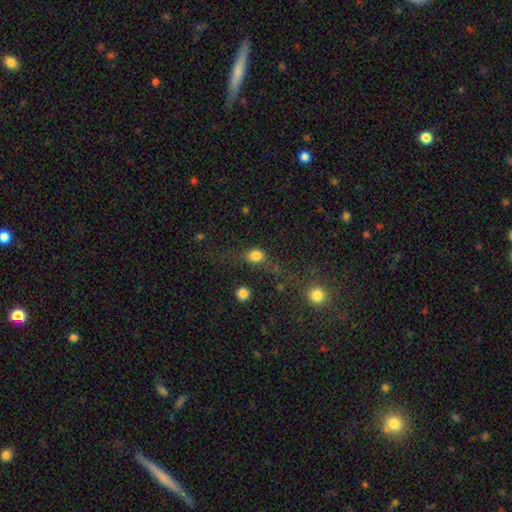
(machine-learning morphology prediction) smooth 76%, star or artifact 14%, featured or disk 10%. Down the decision tree: how rounded — round (58%); merging — none (49%).